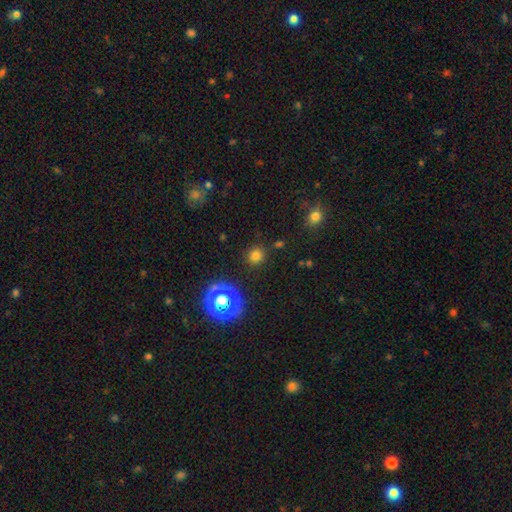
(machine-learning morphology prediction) This appears to be a smooth galaxy with no disk features (73%) that is round (91%). Merging: none (88%).